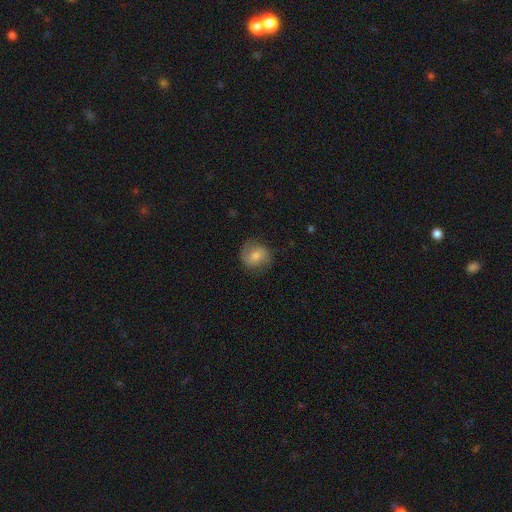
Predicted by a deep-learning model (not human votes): The model was most divided on "smooth or featured": smooth: 47%, featured or disk: 43%, star or artifact: 10%. More confident: merging — none (75%).